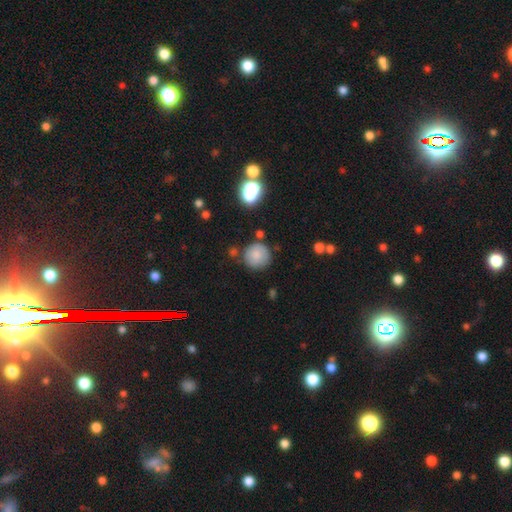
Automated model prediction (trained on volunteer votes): The model was most divided on "merging": none: 76%, minor disturbance: 15%, merger: 5%, major disturbance: 4%. More confident: how rounded — round (93%); smooth or featured — smooth (81%).